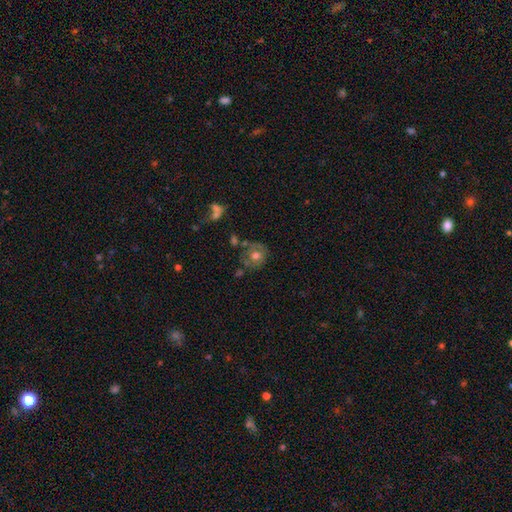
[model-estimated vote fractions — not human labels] Smooth or featured?
  - smooth: 58% *
  - featured or disk: 33%
  - star or artifact: 9%
How rounded?
  - round: 79% *
  - in between: 20%
  - cigar-shaped: 1%
Merging?
  - none: 57% *
  - minor disturbance: 21%
  - merger: 11%
  - major disturbance: 11%